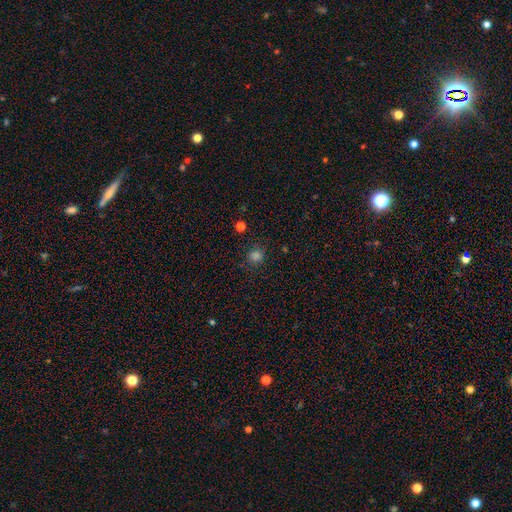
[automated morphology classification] Smooth or featured: smooth — 79% (star or artifact — 17%)
How rounded: round — 88% (in between — 11%)
Merging: none — 83% (minor disturbance — 11%)